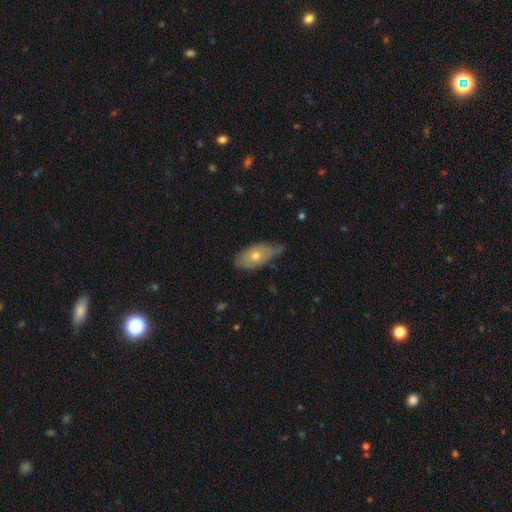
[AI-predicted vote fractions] A smooth galaxy with no disk features (58%) that is in between round and cigar-shaped (88%).

Vote fractions:
- Smooth or featured? smooth: 58% / featured or disk: 35% / star or artifact: 7%
- How rounded? in between: 88% / round: 6% / cigar-shaped: 6%
- Merging? none: 50% / minor disturbance: 40% / major disturbance: 8% / merger: 2%